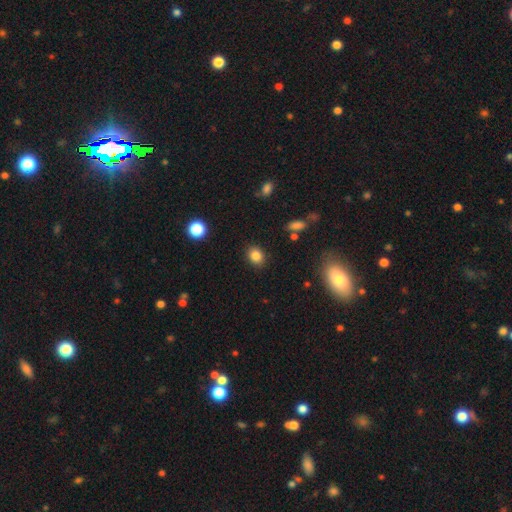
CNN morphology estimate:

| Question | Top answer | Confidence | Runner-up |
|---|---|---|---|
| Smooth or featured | smooth | 84% | star or artifact (11%) |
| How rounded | round | 54% | in between (44%) |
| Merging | none | 88% | minor disturbance (8%) |